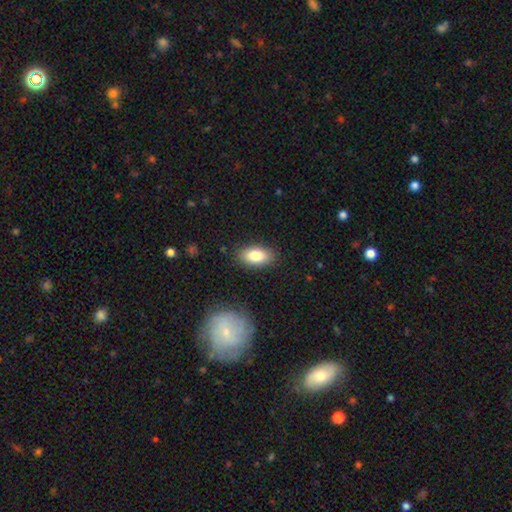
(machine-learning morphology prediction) Smooth or featured?
  - smooth: 83% *
  - featured or disk: 10%
  - star or artifact: 7%
How rounded?
  - in between: 91% *
  - round: 4%
  - cigar-shaped: 4%
Merging?
  - none: 86% *
  - minor disturbance: 10%
  - major disturbance: 3%
  - merger: 1%